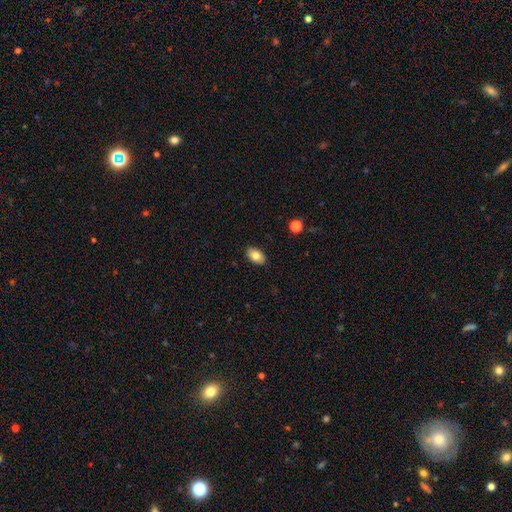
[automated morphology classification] Overall: smooth (80%). How rounded: in between (92%). Merging: none (88%).